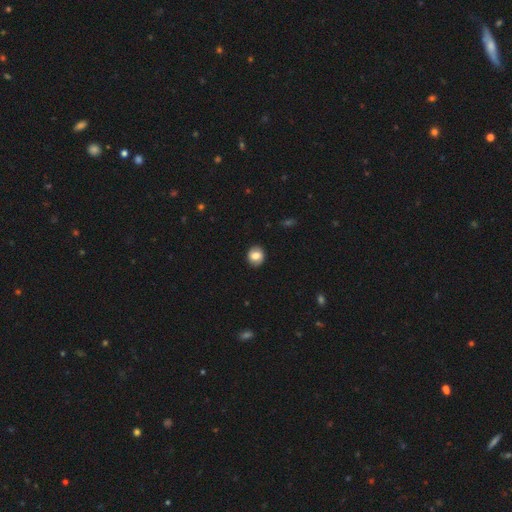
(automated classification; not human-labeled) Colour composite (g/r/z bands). It shows a smooth galaxy with no disk features (77%) that is round (78%). Merging: none (90%).